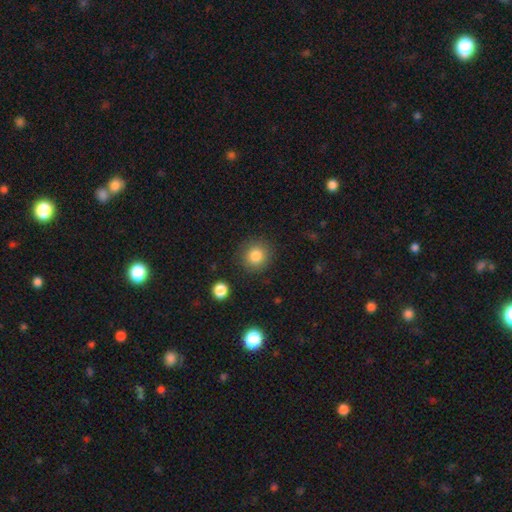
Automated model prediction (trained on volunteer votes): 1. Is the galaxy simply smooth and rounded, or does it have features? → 82% smooth, 11% star or artifact, 7% featured or disk.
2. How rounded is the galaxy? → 91% round, 8% in between, 1% cigar-shaped.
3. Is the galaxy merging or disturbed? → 87% none, 8% minor disturbance, 3% major disturbance, 2% merger.